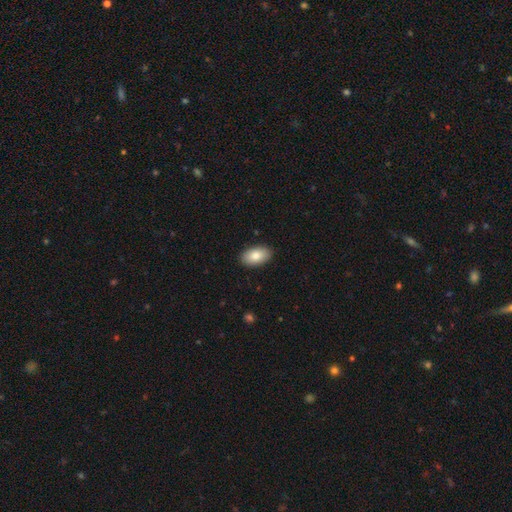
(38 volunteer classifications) Smooth or featured? 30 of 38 (79%) said smooth. How rounded? 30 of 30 (100%) said in between. Merging? 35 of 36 (97%) said none.